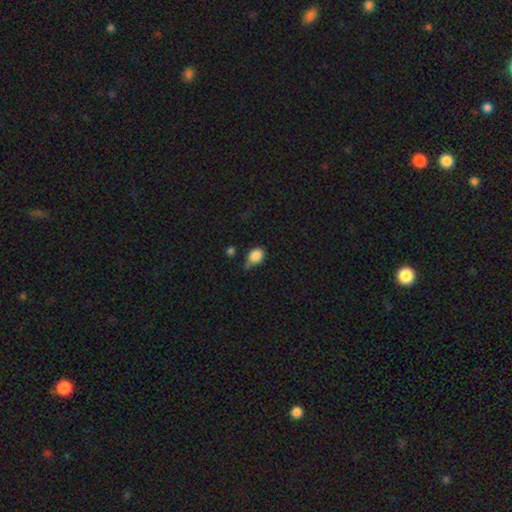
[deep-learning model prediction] Smooth or featured?
  - smooth: 86% *
  - star or artifact: 9%
  - featured or disk: 5%
How rounded?
  - in between: 60% *
  - round: 39%
  - cigar-shaped: 1%
Merging?
  - none: 50% *
  - minor disturbance: 33%
  - merger: 8%
  - major disturbance: 8%